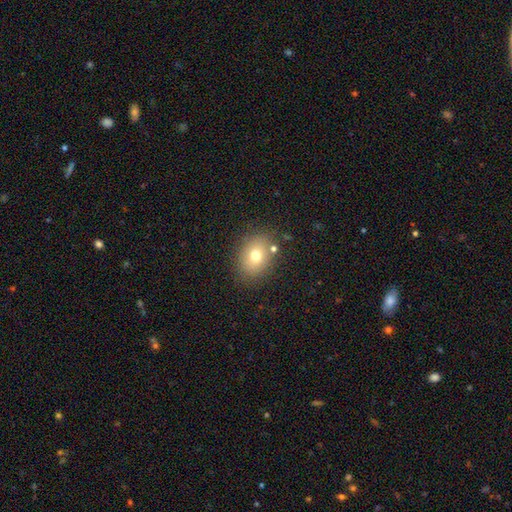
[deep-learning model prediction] Q: Smooth or featured?
A: smooth (73%); runner-up: featured or disk (15%)
Q: How rounded?
A: in between (60%); runner-up: round (39%)
Q: Merging?
A: none (80%); runner-up: minor disturbance (11%)